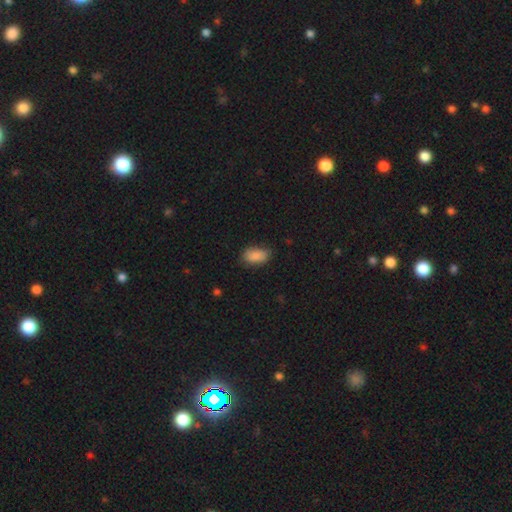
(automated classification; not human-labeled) Smooth or featured?
  - smooth: 88% *
  - star or artifact: 8%
  - featured or disk: 5%
How rounded?
  - in between: 92% *
  - round: 6%
  - cigar-shaped: 2%
Merging?
  - none: 77% *
  - minor disturbance: 18%
  - major disturbance: 4%
  - merger: 1%